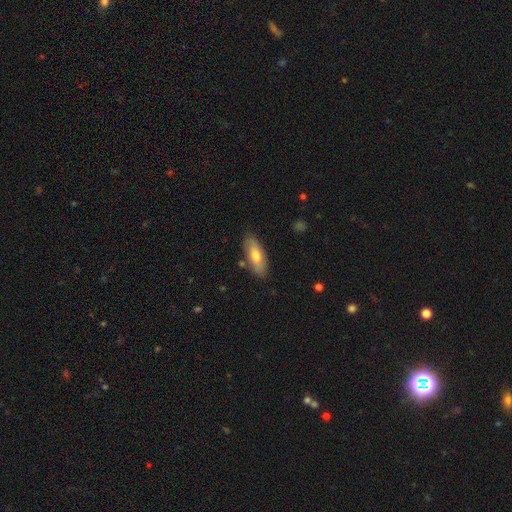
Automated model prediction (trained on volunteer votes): Smooth or featured: smooth — 67% (featured or disk — 27%)
How rounded: in between — 68% (cigar-shaped — 30%)
Merging: none — 83% (minor disturbance — 12%)